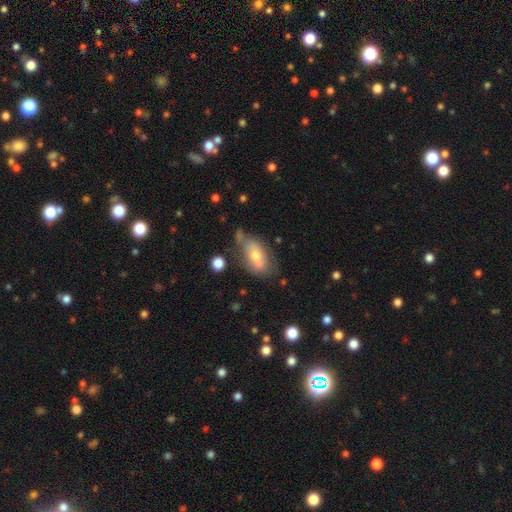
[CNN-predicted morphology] Smooth or featured? Predicted: smooth (p=0.54). How rounded? Predicted: in between (p=0.86). Merging? Predicted: none (p=0.48).